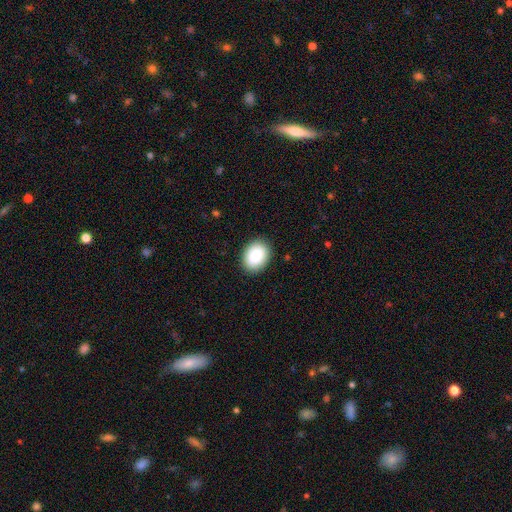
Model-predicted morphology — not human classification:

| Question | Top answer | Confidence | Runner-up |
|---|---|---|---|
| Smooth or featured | smooth | 88% | star or artifact (7%) |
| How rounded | in between | 72% | round (27%) |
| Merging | none | 89% | minor disturbance (8%) |